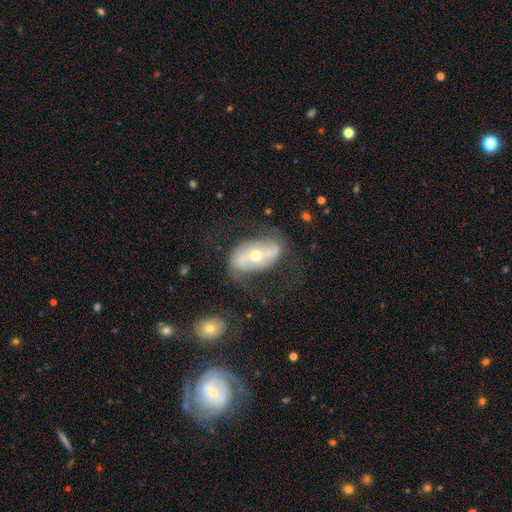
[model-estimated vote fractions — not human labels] featured or disk 71%, smooth 22%, star or artifact 7%. Down the decision tree: edge-on disk — no (92%); bar — strong (43%); spiral arms — yes (73%); bulge size — moderate (56%); merging — none (62%).